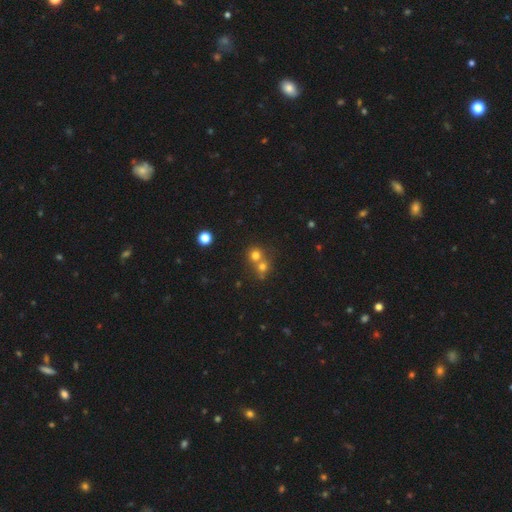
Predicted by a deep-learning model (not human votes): Smooth or featured?
  - smooth: 72% *
  - star or artifact: 18%
  - featured or disk: 10%
How rounded?
  - round: 87% *
  - in between: 12%
  - cigar-shaped: 1%
Merging?
  - merger: 51% *
  - none: 42%
  - minor disturbance: 5%
  - major disturbance: 2%